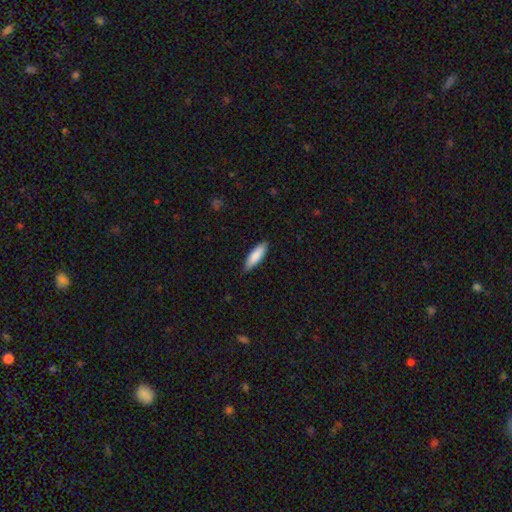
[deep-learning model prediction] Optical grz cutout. It shows a smooth galaxy with no disk features (86%) that is cigar-shaped (52%). Merging: none (85%).